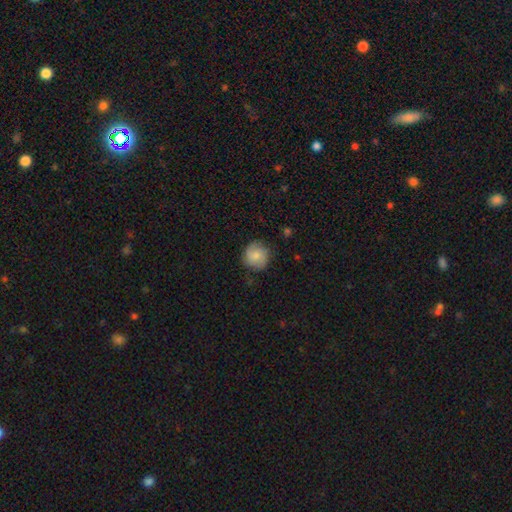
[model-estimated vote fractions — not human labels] smooth-or-featured: smooth: 78% | featured or disk: 15% | star or artifact: 7%
  how-rounded: round: 90% | in between: 9% | cigar-shaped: 1%
  merging: none: 79% | minor disturbance: 16% | major disturbance: 4% | merger: 1%